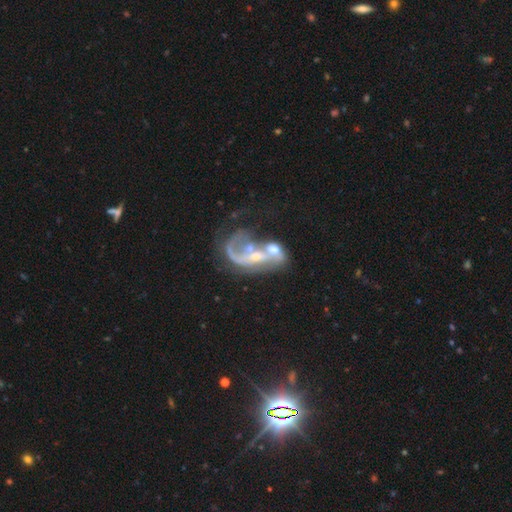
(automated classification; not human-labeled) Overall: featured or disk (78%). Edge-on disk: no (96%). Bar: no (59%; weak 29%). Spiral arms: yes (73%). Spiral arm count: 1 (44%; 2 39%). Spiral winding: loose (63%; medium 26%). Bulge size: small (45%; moderate 39%). Merging: merger (62%).